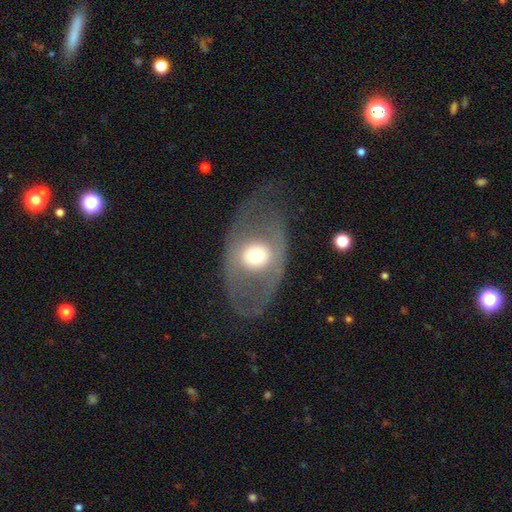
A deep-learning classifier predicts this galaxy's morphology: A featured or disk galaxy (58%) with no bar (81%), no spiral arms (75%) and a moderate central bulge (47%).

Vote fractions:
- Smooth or featured? featured or disk: 58% / smooth: 35% / star or artifact: 7%
- Edge-on disk? no: 89% / yes: 11%
- Bar? no: 81% / weak: 13% / strong: 7%
- Spiral arms? no: 75% / yes: 25%
- Bulge size? moderate: 47% / large: 33% / small: 11% / dominant: 8% / none: 1%
- Merging? none: 65% / major disturbance: 19% / minor disturbance: 14% / merger: 2%